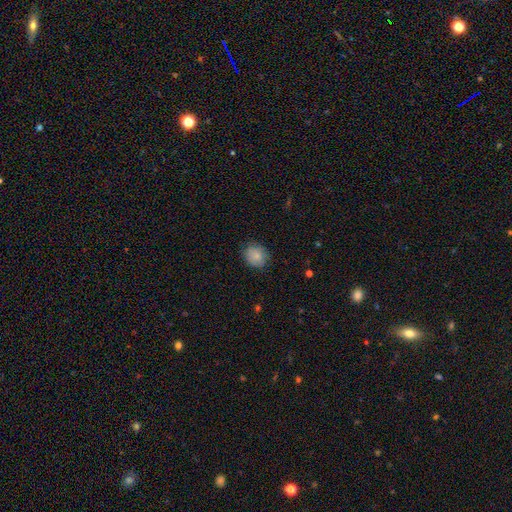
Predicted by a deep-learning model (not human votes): This is clearly a smooth galaxy (84%). How rounded: likely round (65%). Merging: likely none (78%).